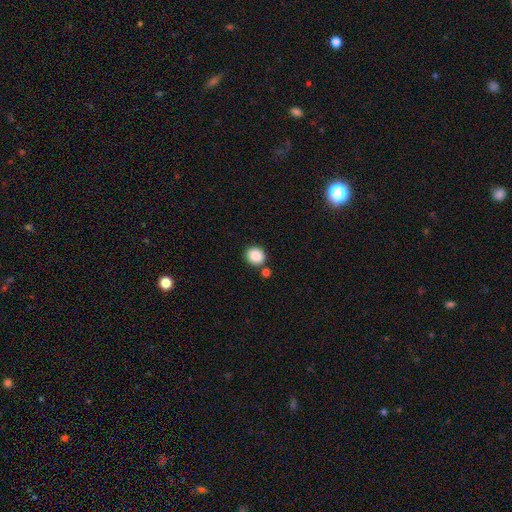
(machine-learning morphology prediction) smooth_or_featured: smooth (p=0.87) [alt: star or artifact p=0.09]
how_rounded: round (p=0.76) [alt: in between p=0.23]
merging: none (p=0.79) [alt: merger p=0.10]